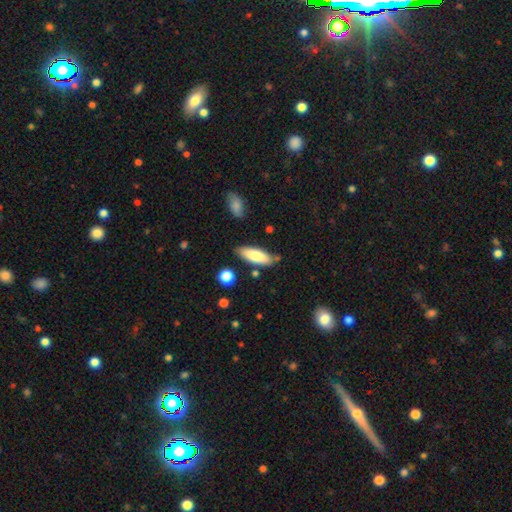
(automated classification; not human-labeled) Q: Smooth or featured?
A: smooth (80%); runner-up: featured or disk (14%)
Q: How rounded?
A: in between (63%); runner-up: cigar-shaped (35%)
Q: Merging?
A: none (78%); runner-up: minor disturbance (14%)